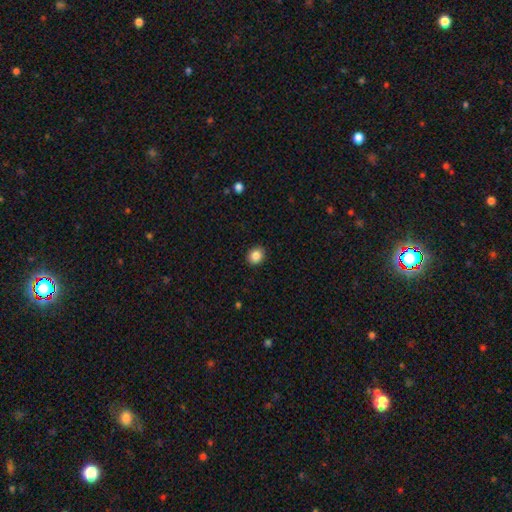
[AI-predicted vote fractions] A smooth galaxy with no disk features (86%) that is round (67%).

Vote fractions:
- Smooth or featured? smooth: 86% / star or artifact: 9% / featured or disk: 4%
- How rounded? round: 67% / in between: 32% / cigar-shaped: 1%
- Merging? none: 91% / minor disturbance: 7% / major disturbance: 2% / merger: 1%